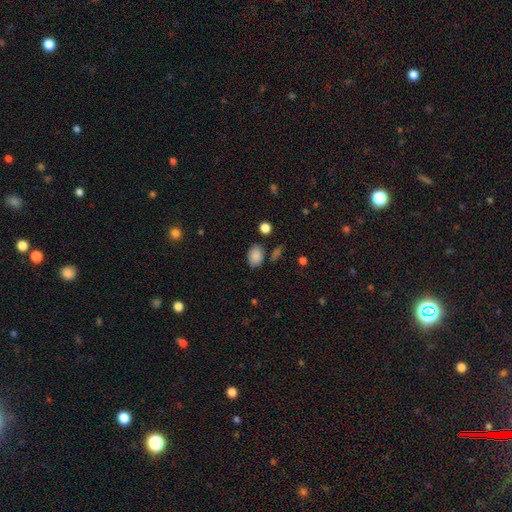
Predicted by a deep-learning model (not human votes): A smooth galaxy with no disk features (86%) that is in between round and cigar-shaped (77%).

Vote fractions:
- Smooth or featured? smooth: 86% / star or artifact: 9% / featured or disk: 5%
- How rounded? in between: 77% / round: 22% / cigar-shaped: 1%
- Merging? none: 75% / minor disturbance: 15% / merger: 6% / major disturbance: 4%